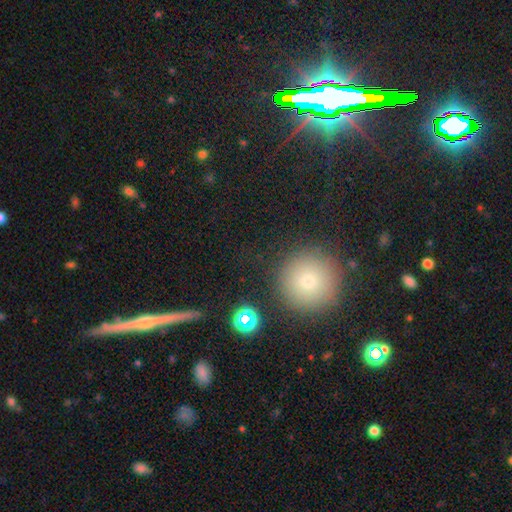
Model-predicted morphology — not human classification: Overall: smooth (45%; star or artifact 35%). Merging: none (89%).